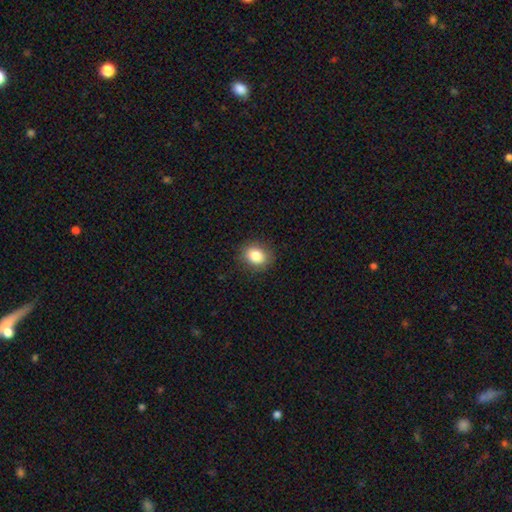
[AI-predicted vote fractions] Q: Smooth or featured?
A: smooth (84%); runner-up: star or artifact (9%)
Q: How rounded?
A: round (55%); runner-up: in between (44%)
Q: Merging?
A: none (88%); runner-up: minor disturbance (9%)